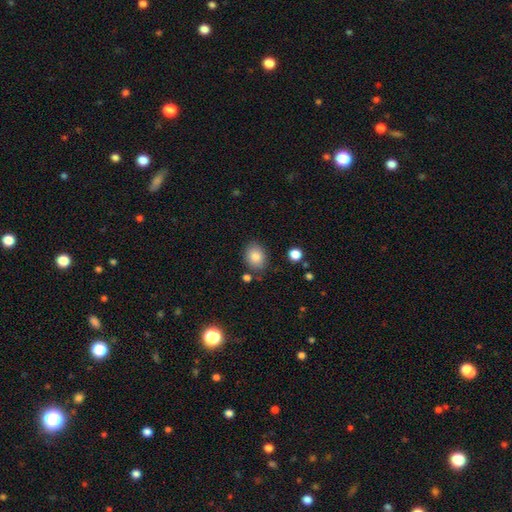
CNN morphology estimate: A smooth galaxy with no disk features (83%) that is in between round and cigar-shaped (58%).

Vote fractions:
- Smooth or featured? smooth: 83% / star or artifact: 9% / featured or disk: 8%
- How rounded? in between: 58% / round: 41% / cigar-shaped: 1%
- Merging? none: 81% / minor disturbance: 13% / merger: 4% / major disturbance: 3%